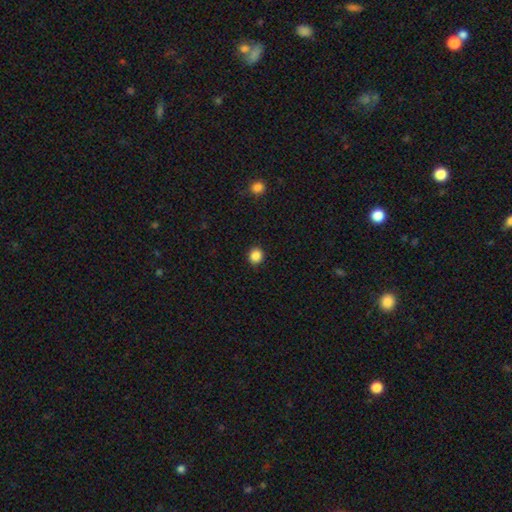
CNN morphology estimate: This appears to be a smooth galaxy with no disk features (87%) that is round (85%). Merging: none (92%).